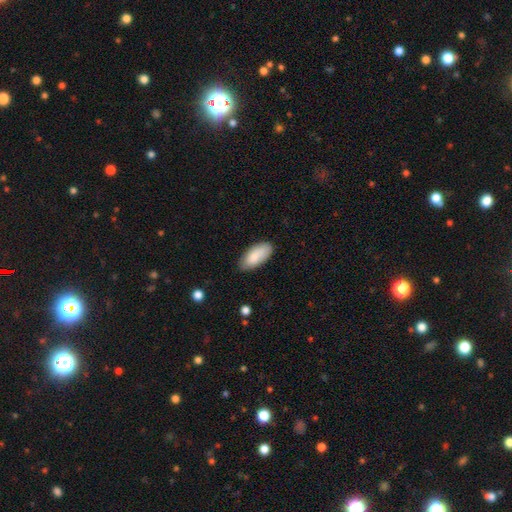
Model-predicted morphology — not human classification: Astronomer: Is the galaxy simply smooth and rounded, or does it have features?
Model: smooth — 86%.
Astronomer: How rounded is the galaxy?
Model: in between — 92%.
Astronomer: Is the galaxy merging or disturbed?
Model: none — 81%.